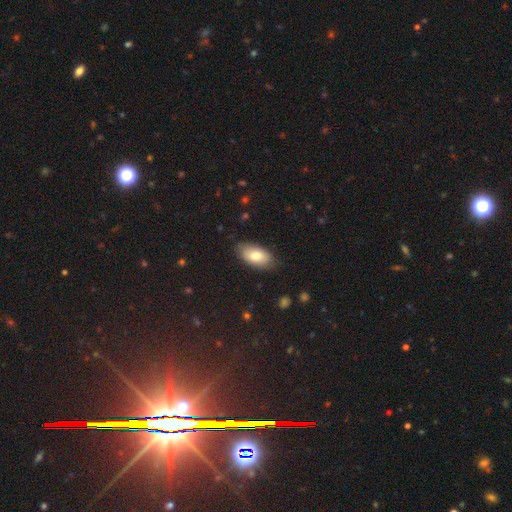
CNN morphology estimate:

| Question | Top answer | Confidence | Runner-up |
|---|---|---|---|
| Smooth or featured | smooth | 78% | featured or disk (15%) |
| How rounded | in between | 94% | round (4%) |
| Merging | none | 79% | minor disturbance (16%) |